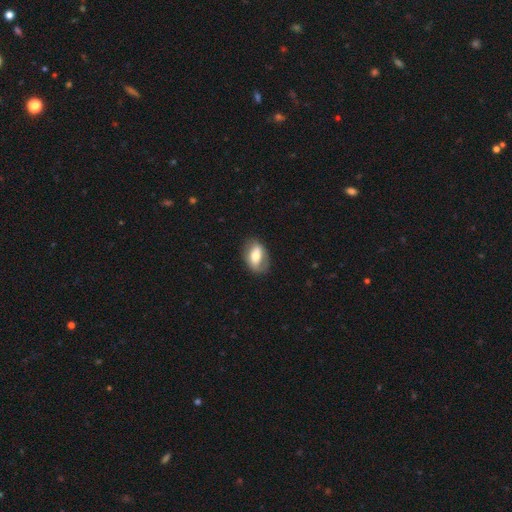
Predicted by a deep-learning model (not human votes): This appears to be a smooth galaxy with no disk features (56%) that is in between round and cigar-shaped (87%). Merging: none (77%).